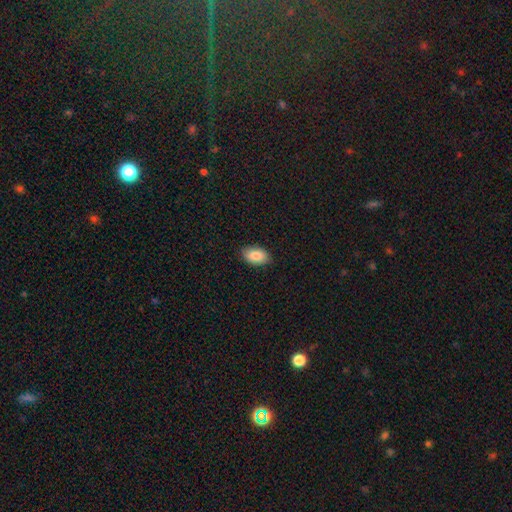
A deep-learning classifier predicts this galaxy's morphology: type=smooth (86%); roundness=in between (92%); merging=none (87%).